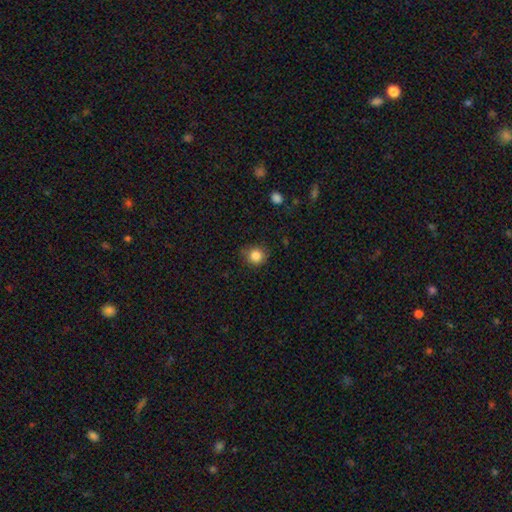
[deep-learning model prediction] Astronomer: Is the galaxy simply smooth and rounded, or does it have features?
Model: smooth — 84%.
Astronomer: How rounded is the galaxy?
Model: round — 90%.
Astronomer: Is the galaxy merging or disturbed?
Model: none — 82%.